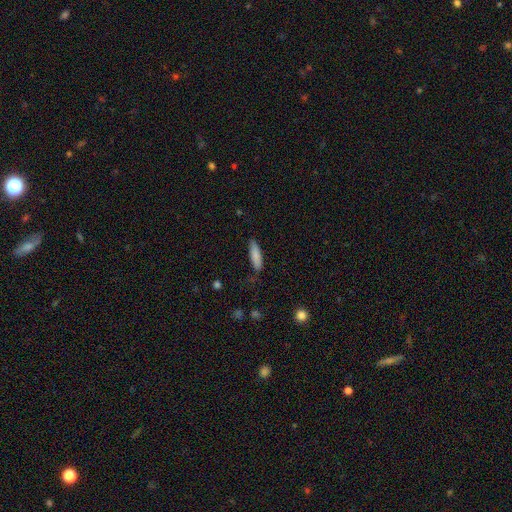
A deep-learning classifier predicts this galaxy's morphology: Smooth or featured?
  - smooth: 85% *
  - featured or disk: 9%
  - star or artifact: 6%
How rounded?
  - cigar-shaped: 63% *
  - in between: 35%
  - round: 2%
Merging?
  - none: 82% *
  - minor disturbance: 14%
  - major disturbance: 3%
  - merger: 1%